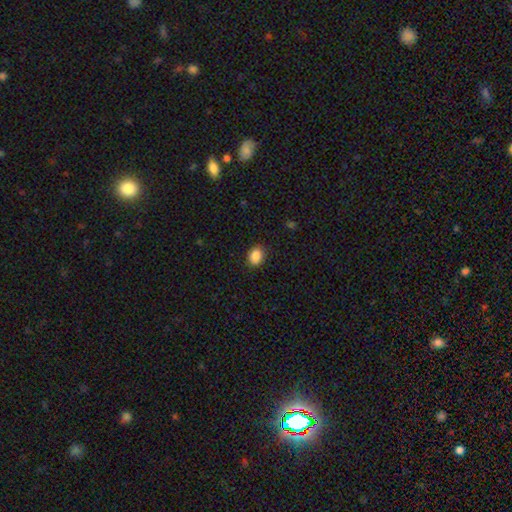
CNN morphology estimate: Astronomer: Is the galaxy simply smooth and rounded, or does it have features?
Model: smooth — 88%.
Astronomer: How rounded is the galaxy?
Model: in between — 61% (runner-up: round, 38%).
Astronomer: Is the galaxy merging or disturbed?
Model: none — 86%.